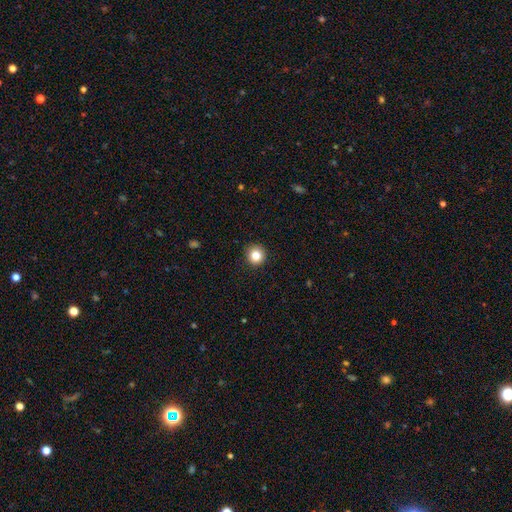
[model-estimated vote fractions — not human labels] Q: Smooth or featured?
A: smooth (83%); runner-up: star or artifact (11%)
Q: How rounded?
A: round (94%); runner-up: in between (5%)
Q: Merging?
A: none (91%); runner-up: minor disturbance (6%)